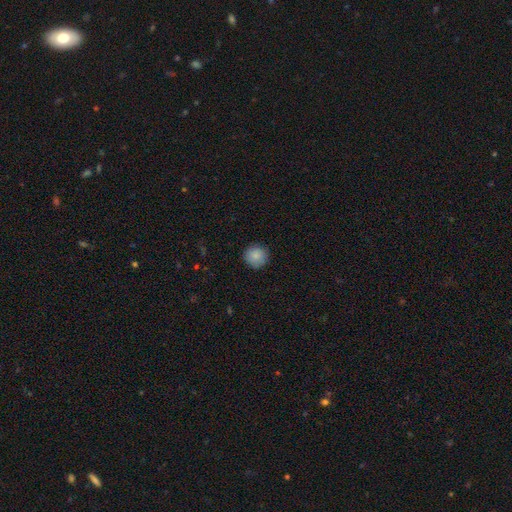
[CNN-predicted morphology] Smooth or featured? Predicted: smooth (p=0.87). How rounded? Predicted: round (p=0.94). Merging? Predicted: none (p=0.88).